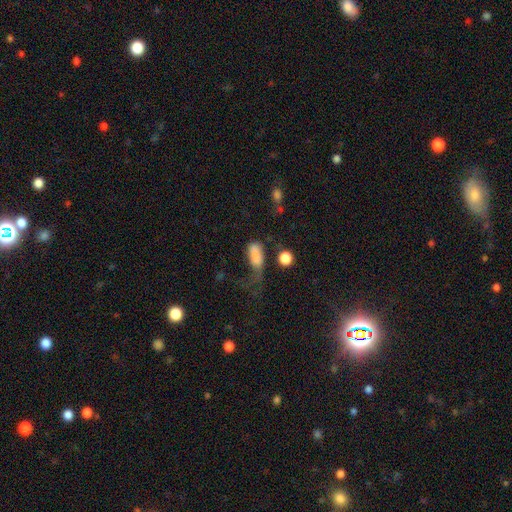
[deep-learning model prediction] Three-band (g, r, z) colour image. It shows a smooth galaxy with no disk features (75%) that is in between round and cigar-shaped (79%). Merging: major disturbance (51%).